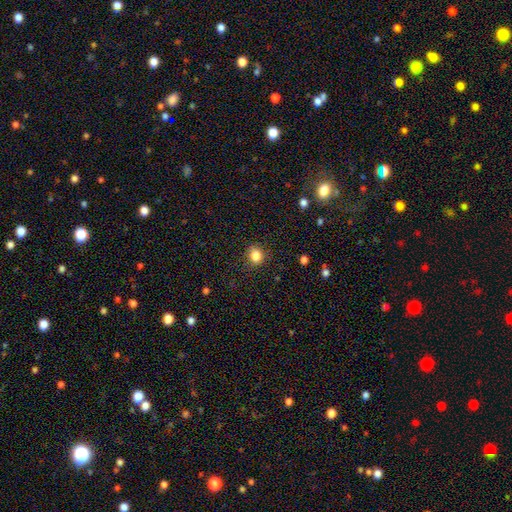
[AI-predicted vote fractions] Smooth or featured? smooth (84%)
How rounded? round (75%)
Merging? none (87%)